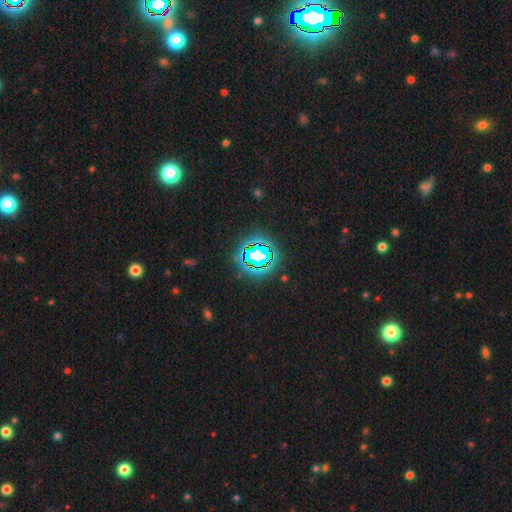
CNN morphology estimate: Smooth or featured: star or artifact — 73% (smooth — 15%)